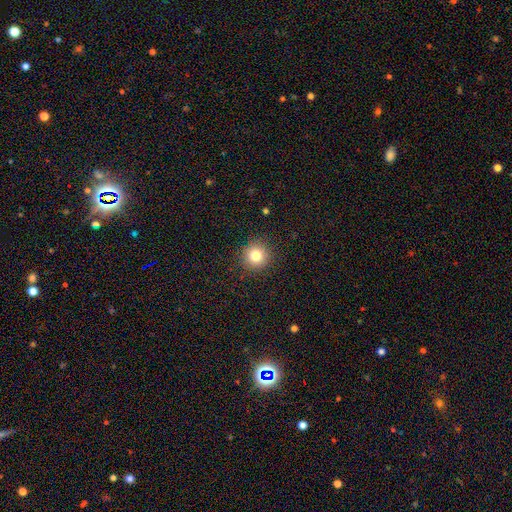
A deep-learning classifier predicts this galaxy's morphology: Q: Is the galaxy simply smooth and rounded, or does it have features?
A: smooth — 81%.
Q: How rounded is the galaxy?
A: round — 94%.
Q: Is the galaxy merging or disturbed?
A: none — 91%.